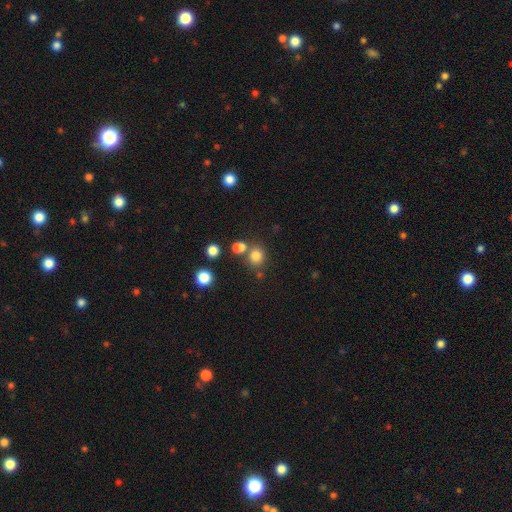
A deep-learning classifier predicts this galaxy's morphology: The model was most divided on "merging": none: 66%, merger: 20%, minor disturbance: 9%, major disturbance: 4%. More confident: how rounded — round (79%); smooth or featured — smooth (78%).